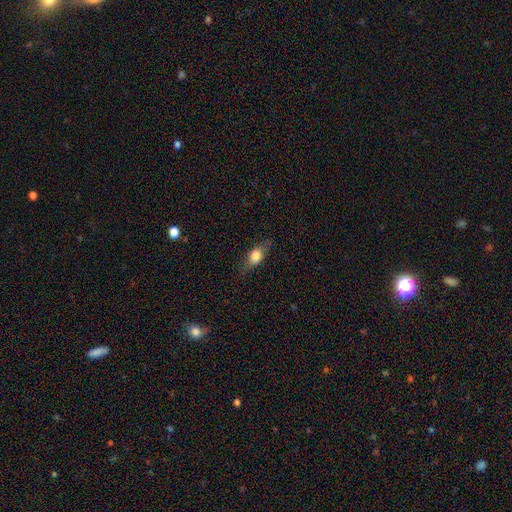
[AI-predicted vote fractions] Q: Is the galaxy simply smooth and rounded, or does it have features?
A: smooth — 71%.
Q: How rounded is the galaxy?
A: in between — 74%.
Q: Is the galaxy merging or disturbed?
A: none — 76%.